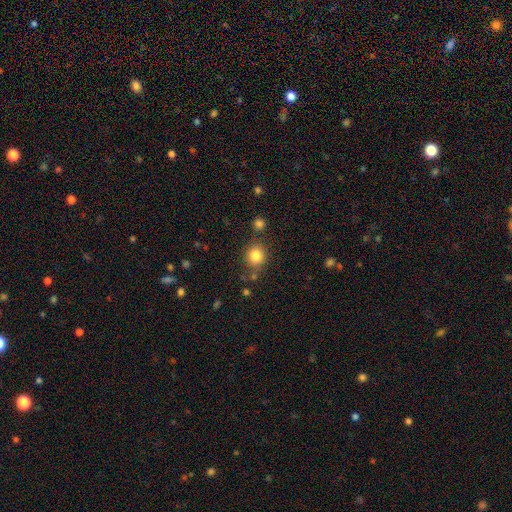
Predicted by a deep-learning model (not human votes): Smooth or featured? Predicted: smooth (p=0.83). How rounded? Predicted: round (p=0.85). Merging? Predicted: none (p=0.77).